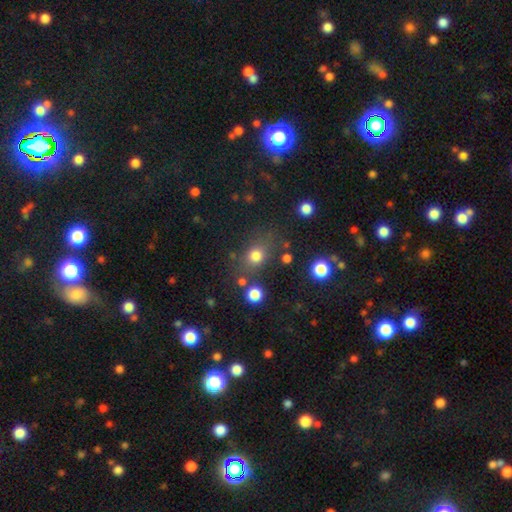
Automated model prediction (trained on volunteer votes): Smooth or featured?
  - smooth: 76% *
  - star or artifact: 15%
  - featured or disk: 8%
How rounded?
  - round: 61% *
  - in between: 37%
  - cigar-shaped: 2%
Merging?
  - none: 71% *
  - minor disturbance: 15%
  - major disturbance: 7%
  - merger: 7%